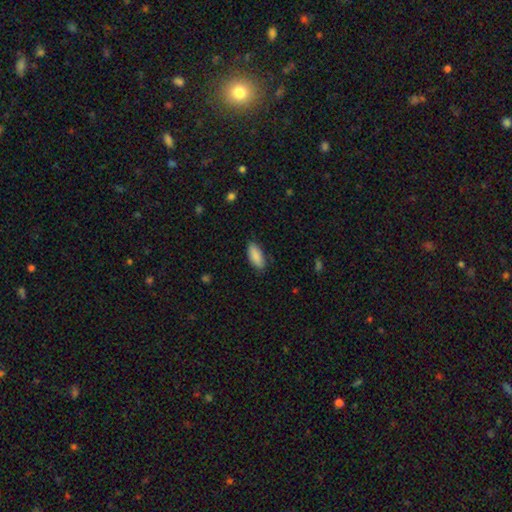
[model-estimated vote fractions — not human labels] Morphology: type=smooth (88%); roundness=in between (83%); merging=none (81%).